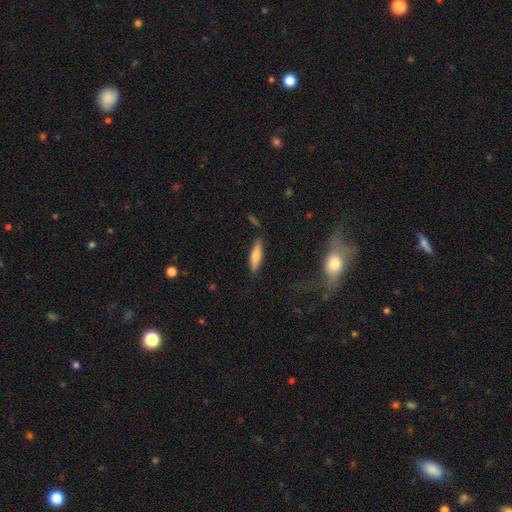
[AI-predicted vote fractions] This appears to be a smooth galaxy with no disk features (70%) that is cigar-shaped (66%). Merging: none (85%).